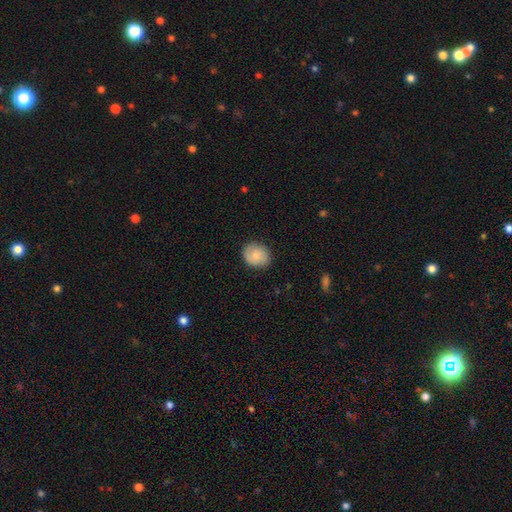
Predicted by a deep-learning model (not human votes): Smooth or featured?
  - smooth: 67% *
  - featured or disk: 26%
  - star or artifact: 7%
How rounded?
  - round: 68% *
  - in between: 31%
  - cigar-shaped: 1%
Merging?
  - none: 84% *
  - minor disturbance: 12%
  - major disturbance: 3%
  - merger: 1%